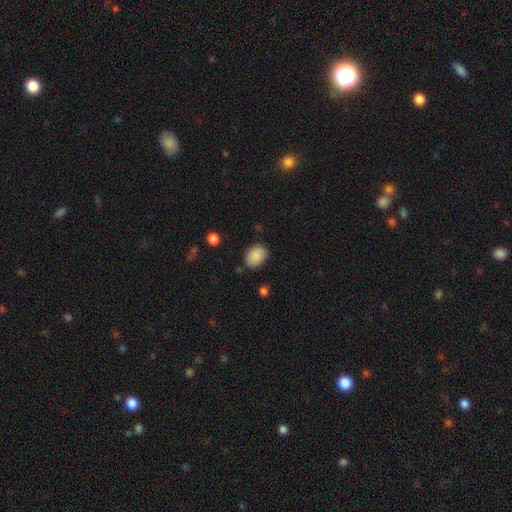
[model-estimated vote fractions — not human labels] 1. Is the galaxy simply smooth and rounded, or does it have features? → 89% smooth, 8% star or artifact, 4% featured or disk.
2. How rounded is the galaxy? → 70% in between, 29% round, 1% cigar-shaped.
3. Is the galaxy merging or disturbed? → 77% none, 17% minor disturbance, 4% major disturbance, 2% merger.